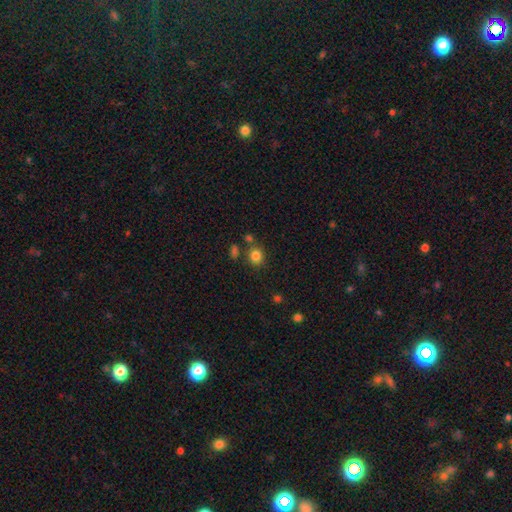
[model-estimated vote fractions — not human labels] Overall: smooth (83%). How rounded: round (70%). Merging: none (73%).